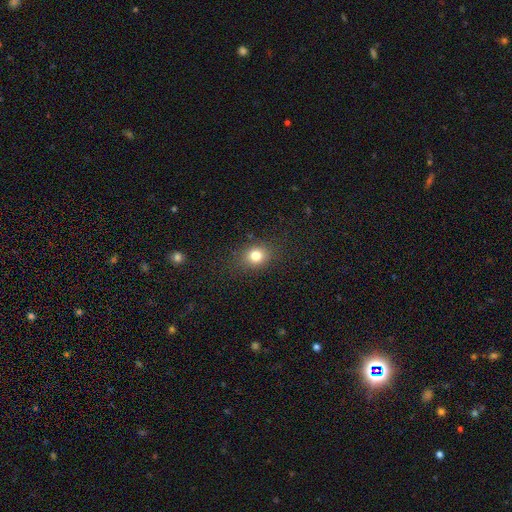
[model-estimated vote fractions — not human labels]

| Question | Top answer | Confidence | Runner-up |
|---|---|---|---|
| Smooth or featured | smooth | 79% | star or artifact (13%) |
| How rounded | round | 67% | in between (32%) |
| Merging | none | 85% | minor disturbance (10%) |